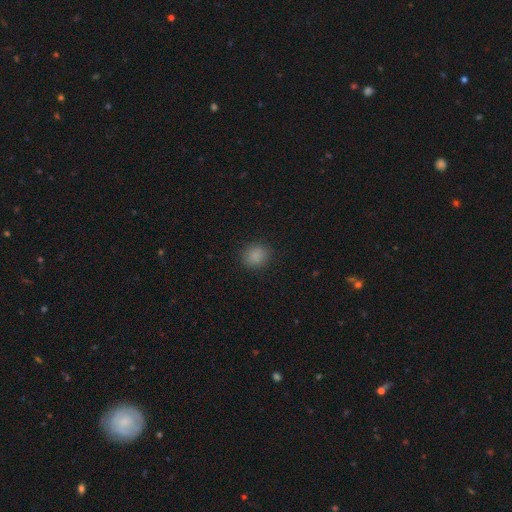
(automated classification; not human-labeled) Smooth or featured: smooth — 86% (star or artifact — 11%)
How rounded: round — 78% (in between — 21%)
Merging: none — 88% (minor disturbance — 8%)